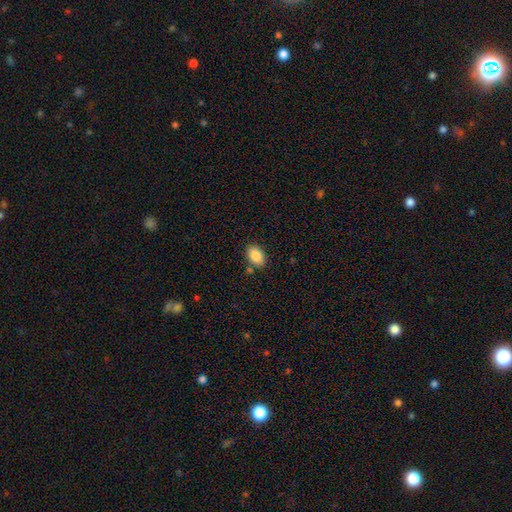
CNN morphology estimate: A smooth galaxy with no disk features (87%) that is in between round and cigar-shaped (85%). Merging: none (82%).